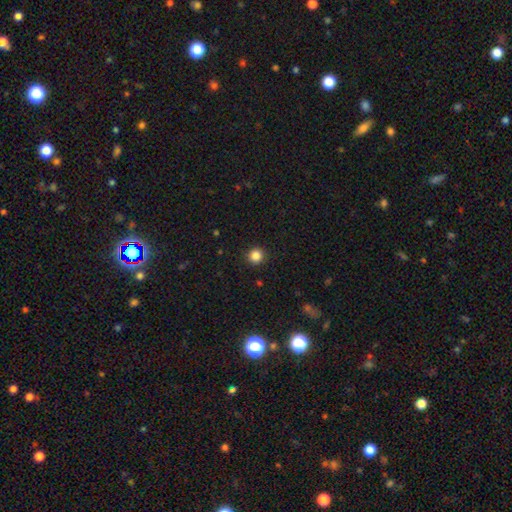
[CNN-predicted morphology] A smooth galaxy with no disk features (85%) that is round (94%).

Vote fractions:
- Smooth or featured? smooth: 85% / star or artifact: 11% / featured or disk: 4%
- How rounded? round: 94% / in between: 5% / cigar-shaped: 1%
- Merging? none: 92% / minor disturbance: 5% / major disturbance: 2% / merger: 1%